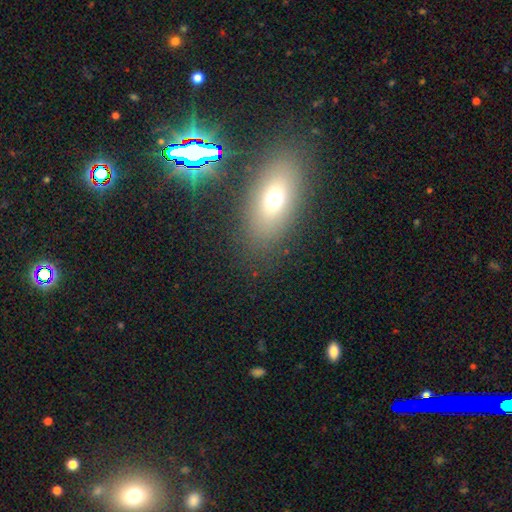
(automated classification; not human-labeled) A smooth galaxy with no disk features (53%) that is in between round and cigar-shaped (73%). Merging: none (84%).